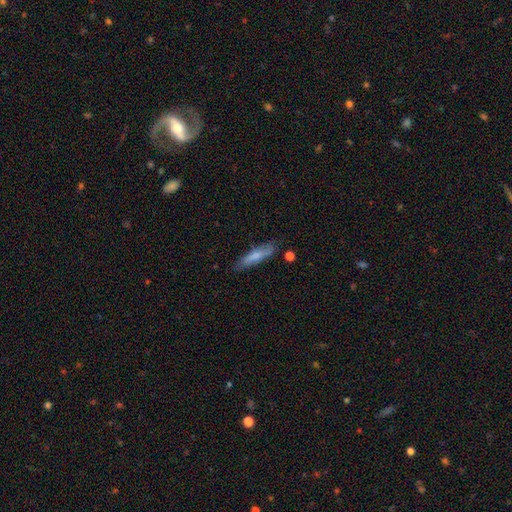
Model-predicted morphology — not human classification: Overall: smooth (67%). How rounded: cigar-shaped (78%). Merging: none (76%).